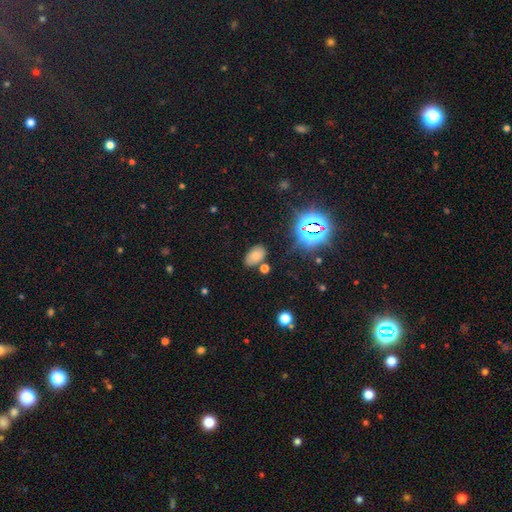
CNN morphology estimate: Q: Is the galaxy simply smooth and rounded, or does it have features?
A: smooth — 68%.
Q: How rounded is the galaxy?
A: in between — 92%.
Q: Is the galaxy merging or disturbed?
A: none — 74%.